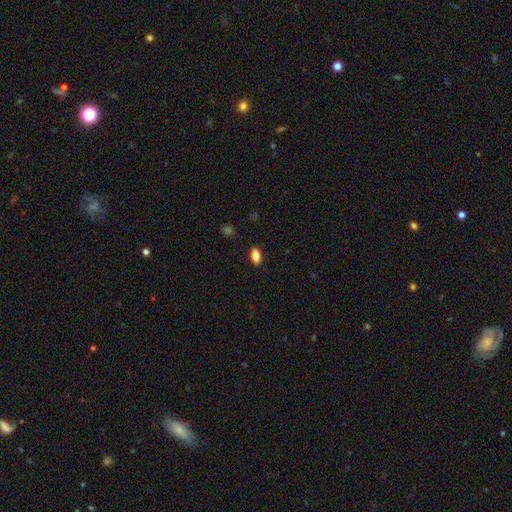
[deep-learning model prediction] smooth_or_featured: smooth (p=0.83) [alt: star or artifact p=0.08]
how_rounded: in between (p=0.90) [alt: round p=0.05]
merging: none (p=0.88) [alt: minor disturbance p=0.09]